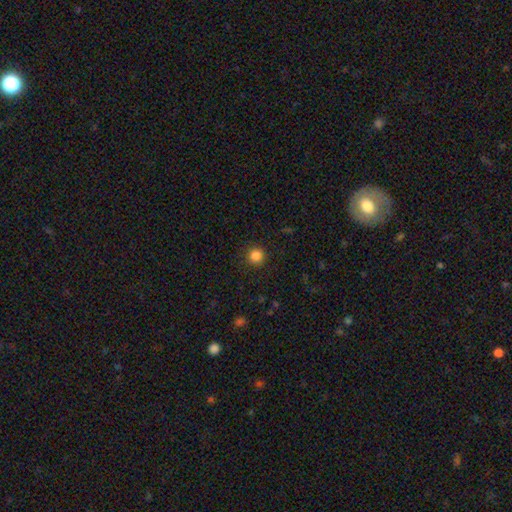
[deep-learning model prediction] The model was most divided on "smooth or featured": smooth: 85%, star or artifact: 12%, featured or disk: 3%. More confident: how rounded — round (95%); merging — none (92%).